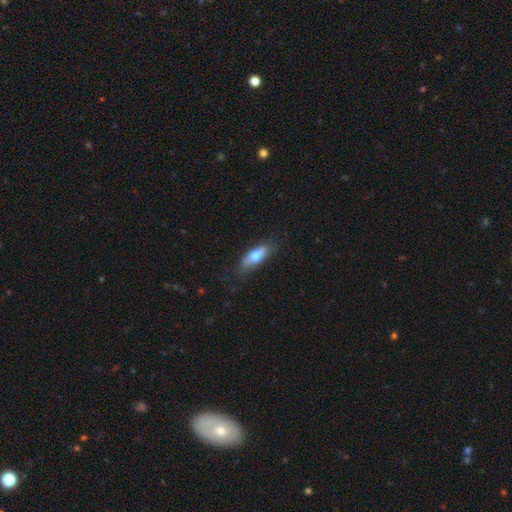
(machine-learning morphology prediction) Q: Smooth or featured?
A: smooth (65%); runner-up: featured or disk (28%)
Q: How rounded?
A: in between (65%); runner-up: cigar-shaped (31%)
Q: Merging?
A: none (73%); runner-up: minor disturbance (20%)